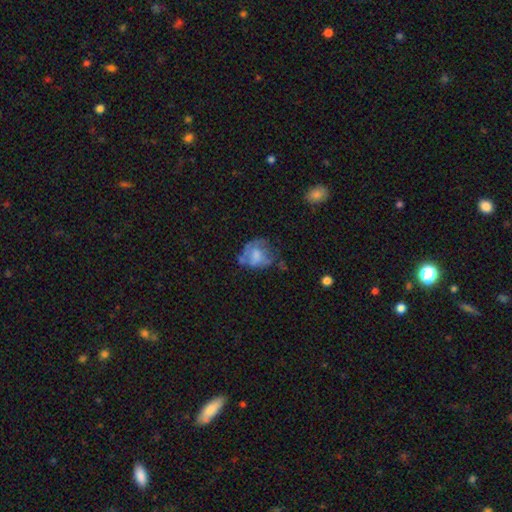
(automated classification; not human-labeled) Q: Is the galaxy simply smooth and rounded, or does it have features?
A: featured or disk — 46%.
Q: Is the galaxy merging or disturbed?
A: none — 35%.